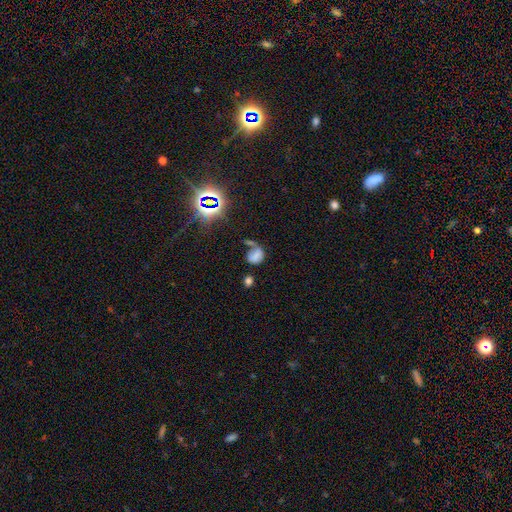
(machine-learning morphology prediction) smooth_or_featured: smooth (p=0.59) [alt: featured or disk p=0.22]
how_rounded: in between (p=0.58) [alt: round p=0.40]
merging: none (p=0.32) [alt: major disturbance p=0.27]